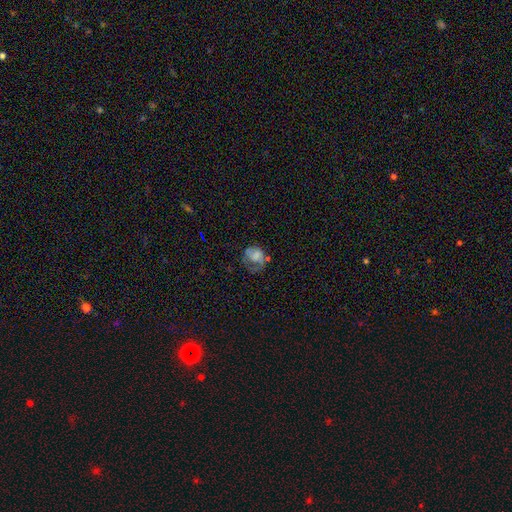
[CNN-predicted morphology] Smooth or featured? smooth (54%)
How rounded? round (58%)
Merging? major disturbance (40%)